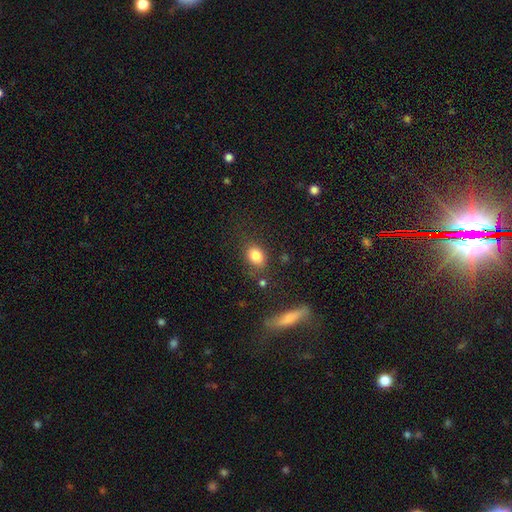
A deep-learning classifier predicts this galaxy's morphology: Overall: smooth (83%). How rounded: in between (66%; round 33%). Merging: none (77%).